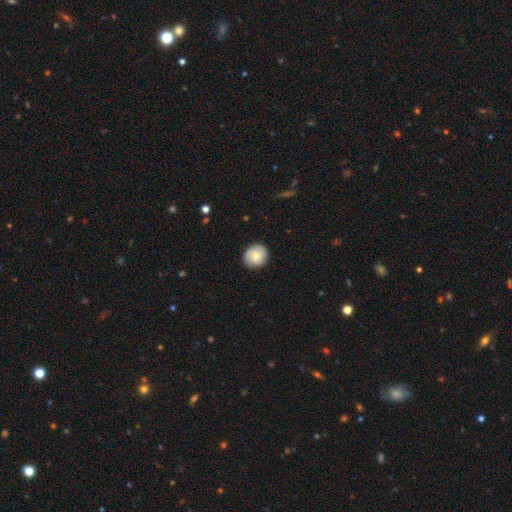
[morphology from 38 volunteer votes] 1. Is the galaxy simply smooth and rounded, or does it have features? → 63% smooth, 32% featured or disk, 5% star or artifact.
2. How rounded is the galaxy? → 92% round, 8% in between, 0% cigar-shaped.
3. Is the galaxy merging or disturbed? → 89% none, 8% minor disturbance, 3% major disturbance, 0% merger.